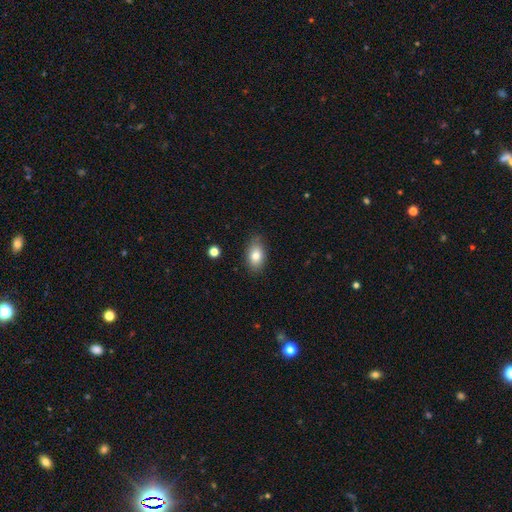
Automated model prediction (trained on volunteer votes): smooth_or_featured: smooth (p=0.80) [alt: featured or disk p=0.11]
how_rounded: in between (p=0.88) [alt: round p=0.10]
merging: none (p=0.81) [alt: minor disturbance p=0.15]